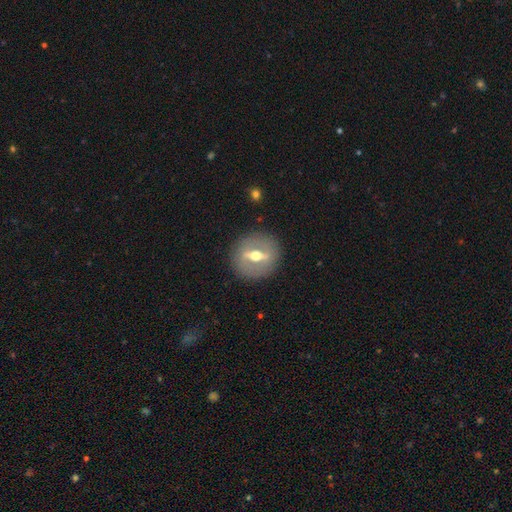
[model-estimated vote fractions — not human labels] Smooth or featured? featured or disk (73%)
Edge-on disk? no (66%)
Merging? none (87%)